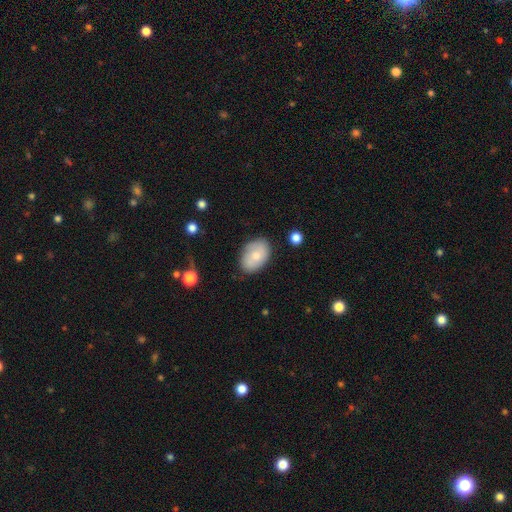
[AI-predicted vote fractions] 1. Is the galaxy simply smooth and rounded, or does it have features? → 71% smooth, 23% featured or disk, 7% star or artifact.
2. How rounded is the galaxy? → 86% in between, 13% round, 1% cigar-shaped.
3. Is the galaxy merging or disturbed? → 78% none, 17% minor disturbance, 4% major disturbance, 2% merger.